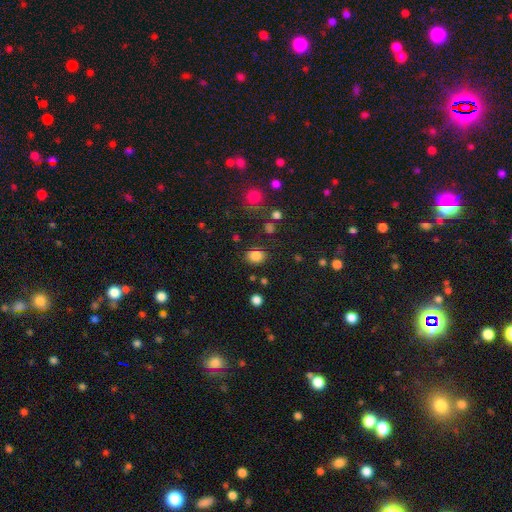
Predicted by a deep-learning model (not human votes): smooth_or_featured: smooth (p=0.82) [alt: star or artifact p=0.13]
how_rounded: in between (p=0.63) [alt: round p=0.36]
merging: none (p=0.79) [alt: minor disturbance p=0.13]